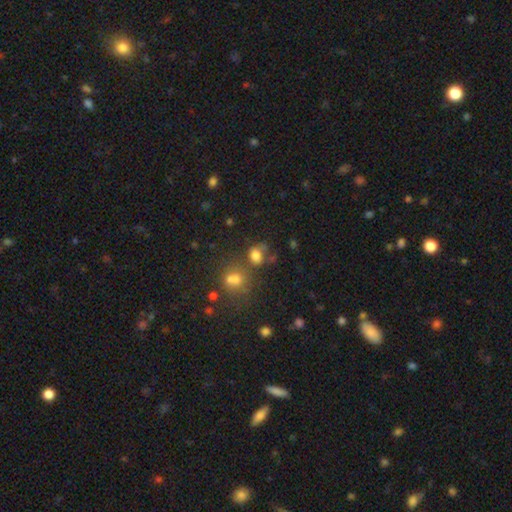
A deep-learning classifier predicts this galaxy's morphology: This appears to be a smooth galaxy with no disk features (72%) that is in between round and cigar-shaped (53%). Merging: none (42%).